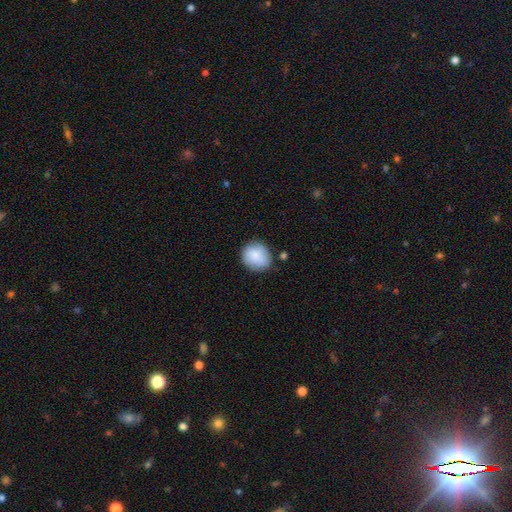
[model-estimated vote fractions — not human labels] Morphology: type=smooth (86%); roundness=round (79%); merging=none (78%).